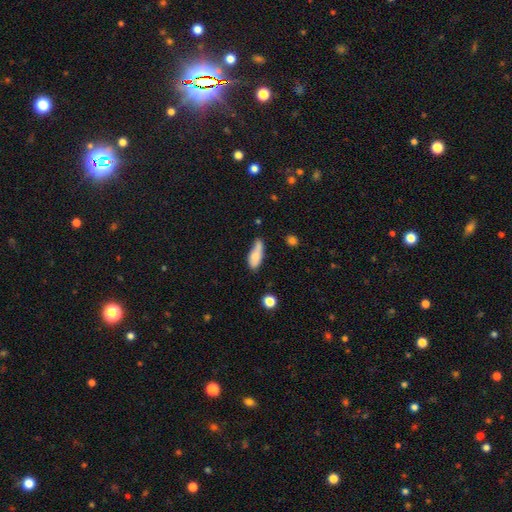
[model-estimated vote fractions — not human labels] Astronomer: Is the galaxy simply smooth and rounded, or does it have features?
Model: smooth — 78%.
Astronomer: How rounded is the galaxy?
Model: in between — 65%.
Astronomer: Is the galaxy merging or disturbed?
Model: none — 45% (runner-up: minor disturbance, 32%).